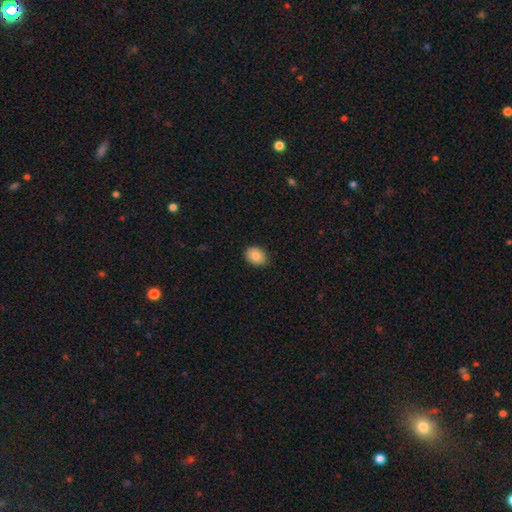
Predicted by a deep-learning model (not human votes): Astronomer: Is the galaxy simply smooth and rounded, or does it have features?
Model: smooth — 86%.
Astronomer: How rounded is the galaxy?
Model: in between — 66%.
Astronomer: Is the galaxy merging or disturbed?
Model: none — 87%.